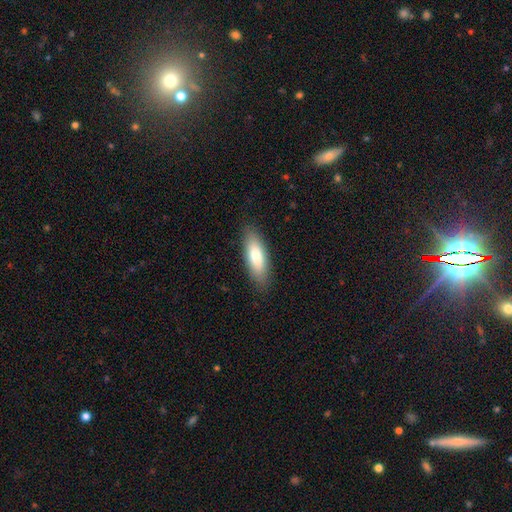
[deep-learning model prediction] Smooth or featured? smooth (78%)
How rounded? in between (60%)
Merging? none (87%)